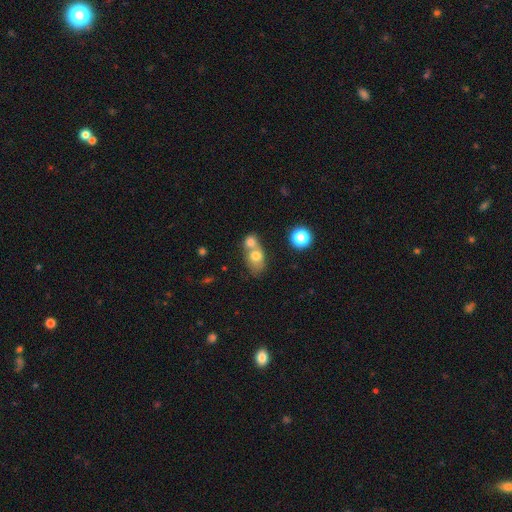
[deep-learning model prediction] This is likely a smooth galaxy (70%). How rounded: possibly in between (59%). Merging: likely merger (67%).